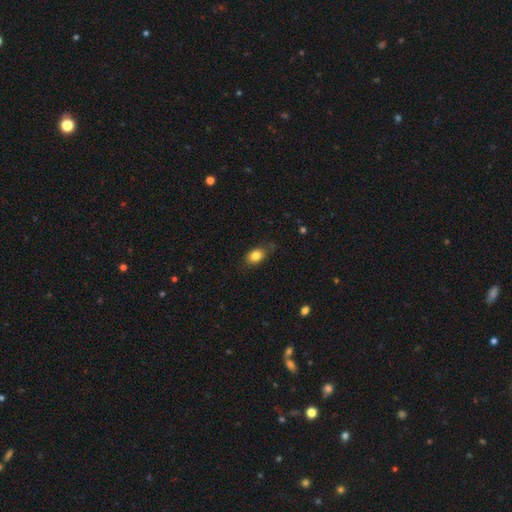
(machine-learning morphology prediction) Smooth or featured? Predicted: smooth (p=0.83). How rounded? Predicted: in between (p=0.78). Merging? Predicted: none (p=0.76).